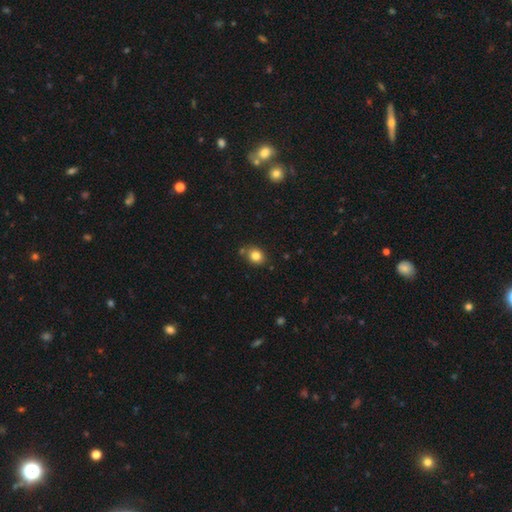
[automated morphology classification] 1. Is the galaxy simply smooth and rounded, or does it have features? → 82% smooth, 11% star or artifact, 7% featured or disk.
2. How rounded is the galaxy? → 62% round, 37% in between, 1% cigar-shaped.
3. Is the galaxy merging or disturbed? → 75% none, 13% minor disturbance, 9% merger, 3% major disturbance.